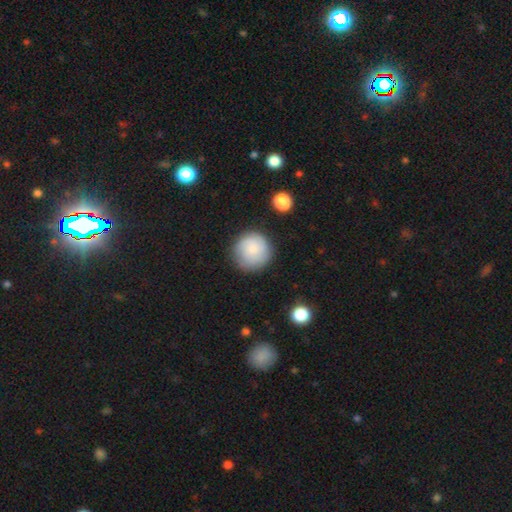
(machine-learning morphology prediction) This is likely a smooth galaxy (72%). How rounded: clearly round (94%). Merging: clearly none (81%).